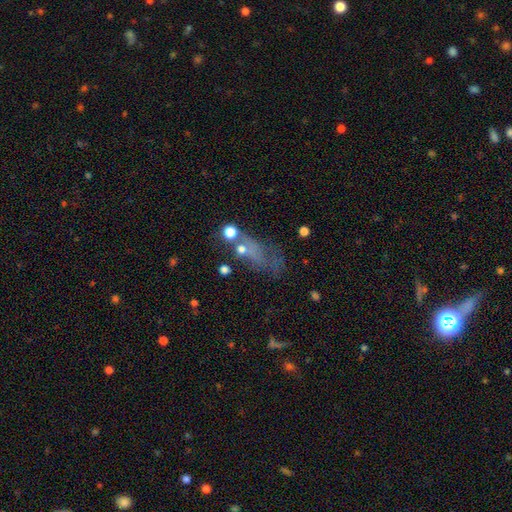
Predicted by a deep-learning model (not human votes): Smooth or featured: smooth — 44% (featured or disk — 30%)
Merging: none — 34% (major disturbance — 31%)